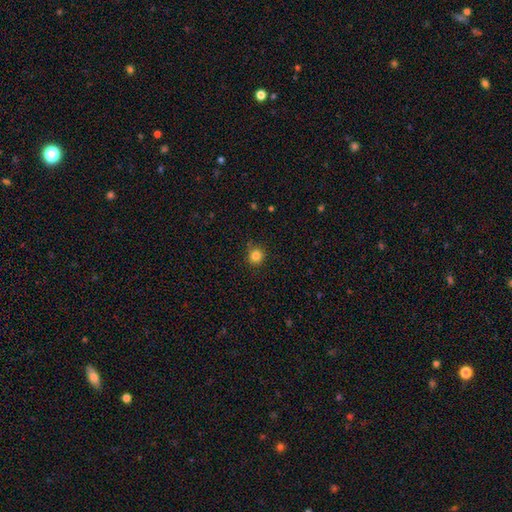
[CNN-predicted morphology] The model was most divided on "smooth or featured": smooth: 84%, star or artifact: 12%, featured or disk: 4%. More confident: how rounded — round (91%); merging — none (86%).